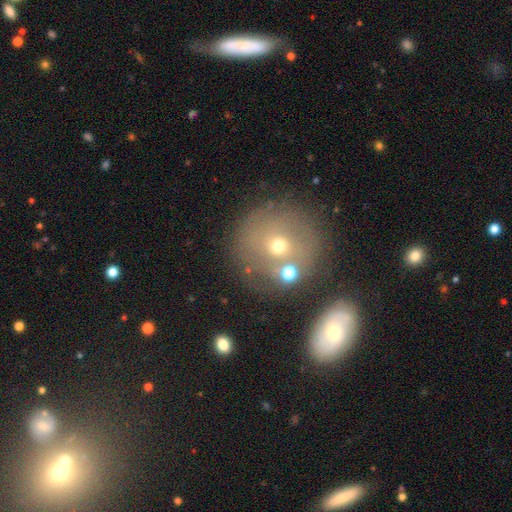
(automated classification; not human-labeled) Q: Smooth or featured?
A: smooth (49%); runner-up: featured or disk (28%)
Q: Merging?
A: none (73%); runner-up: merger (13%)